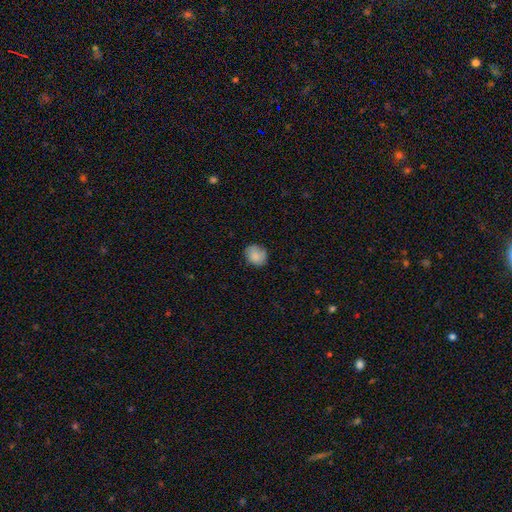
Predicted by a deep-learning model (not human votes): Smooth or featured: smooth — 84% (featured or disk — 8%)
How rounded: round — 70% (in between — 29%)
Merging: none — 81% (minor disturbance — 15%)